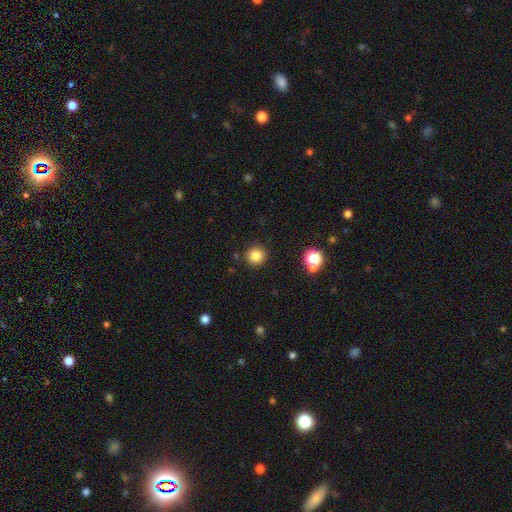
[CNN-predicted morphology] Smooth or featured?
  - smooth: 83% *
  - star or artifact: 12%
  - featured or disk: 5%
How rounded?
  - round: 94% *
  - in between: 5%
  - cigar-shaped: 1%
Merging?
  - none: 89% *
  - minor disturbance: 6%
  - merger: 2%
  - major disturbance: 2%